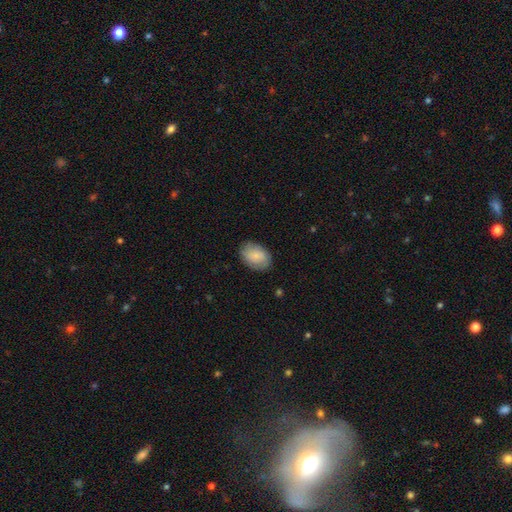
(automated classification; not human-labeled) smooth-or-featured: smooth: 80% | featured or disk: 14% | star or artifact: 6%
  how-rounded: in between: 85% | round: 14% | cigar-shaped: 1%
  merging: none: 83% | minor disturbance: 13% | major disturbance: 3% | merger: 1%